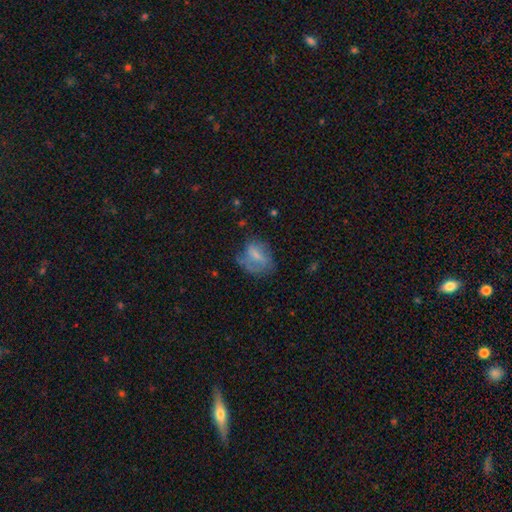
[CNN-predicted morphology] smooth 50%, featured or disk 40%, star or artifact 9%. Down the decision tree: how rounded — in between (63%); merging — none (46%).